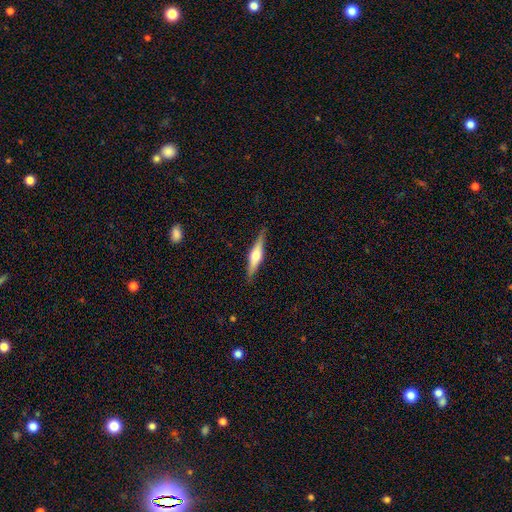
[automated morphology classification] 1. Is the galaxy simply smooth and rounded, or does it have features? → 66% featured or disk, 28% smooth, 6% star or artifact.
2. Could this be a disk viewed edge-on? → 97% yes, 3% no.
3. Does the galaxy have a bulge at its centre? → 90% rounded, 7% boxy, 3% none.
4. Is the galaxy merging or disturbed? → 88% none, 9% minor disturbance, 2% major disturbance, 1% merger.